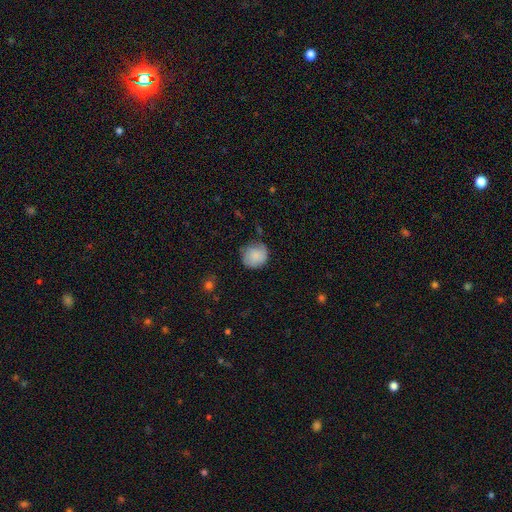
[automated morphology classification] A smooth galaxy with no disk features (83%) that is round (86%).

Vote fractions:
- Smooth or featured? smooth: 83% / featured or disk: 9% / star or artifact: 7%
- How rounded? round: 86% / in between: 13% / cigar-shaped: 1%
- Merging? none: 67% / minor disturbance: 25% / major disturbance: 6% / merger: 2%